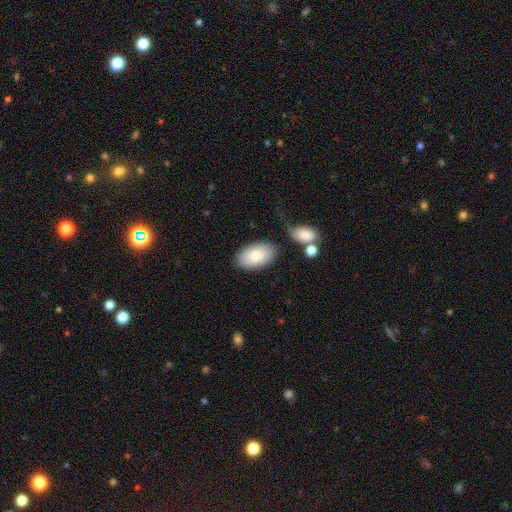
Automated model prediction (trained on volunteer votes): A smooth galaxy with no disk features (84%) that is in between round and cigar-shaped (94%).

Vote fractions:
- Smooth or featured? smooth: 84% / featured or disk: 10% / star or artifact: 6%
- How rounded? in between: 94% / round: 5% / cigar-shaped: 1%
- Merging? none: 79% / minor disturbance: 13% / merger: 4% / major disturbance: 4%